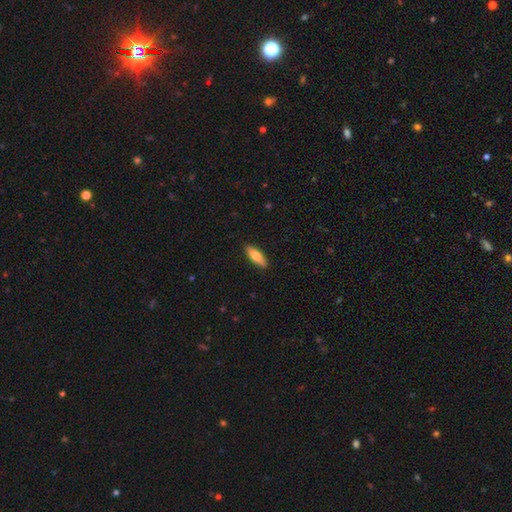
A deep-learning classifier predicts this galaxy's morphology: Smooth or featured?
  - smooth: 69% *
  - featured or disk: 26%
  - star or artifact: 6%
How rounded?
  - in between: 53% *
  - cigar-shaped: 44%
  - round: 2%
Merging?
  - none: 89% *
  - minor disturbance: 8%
  - major disturbance: 2%
  - merger: 1%